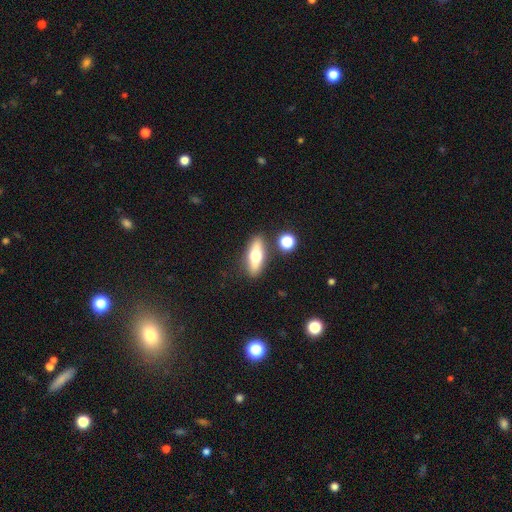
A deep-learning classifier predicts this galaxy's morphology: smooth_or_featured: smooth (p=0.53) [alt: featured or disk p=0.39]
how_rounded: in between (p=0.56) [alt: cigar-shaped p=0.40]
merging: none (p=0.83) [alt: minor disturbance p=0.10]